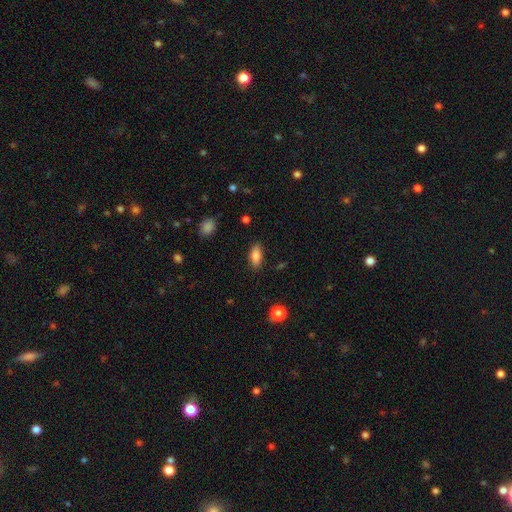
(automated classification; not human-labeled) The model was most divided on "how rounded": in between: 85%, cigar-shaped: 11%, round: 3%. More confident: merging — none (85%); smooth or featured — smooth (83%).